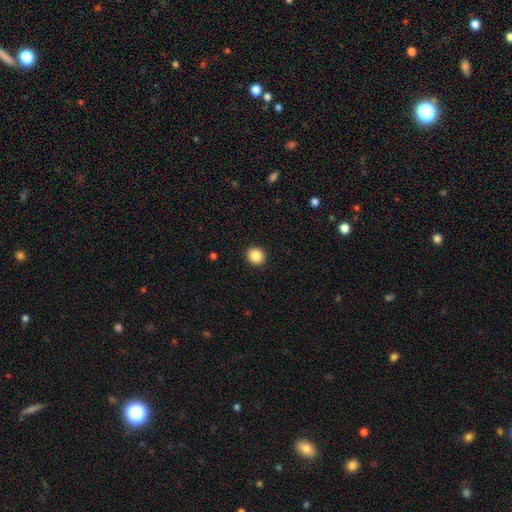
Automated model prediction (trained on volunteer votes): smooth-or-featured: smooth: 87% | star or artifact: 9% | featured or disk: 4%
  how-rounded: round: 77% | in between: 22% | cigar-shaped: 1%
  merging: none: 92% | minor disturbance: 5% | major disturbance: 2% | merger: 1%